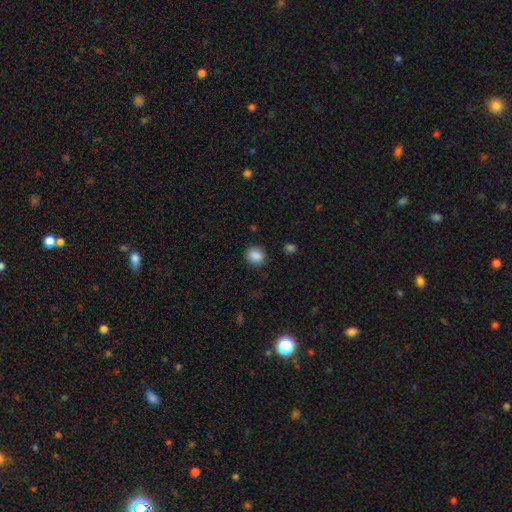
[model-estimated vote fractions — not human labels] A smooth galaxy with no disk features (88%) that is round (68%). Merging: none (86%).